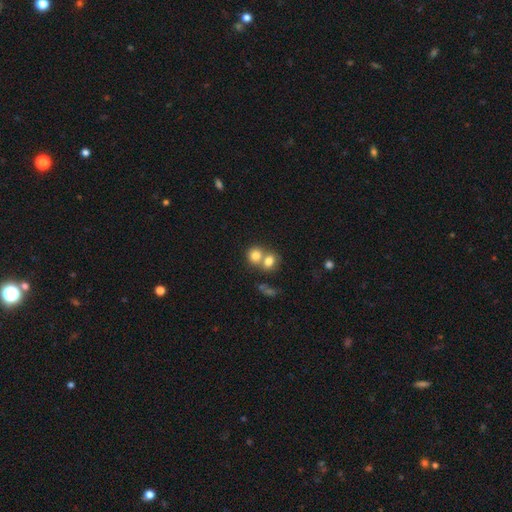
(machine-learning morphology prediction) smooth-or-featured: smooth: 78% | featured or disk: 12% | star or artifact: 10%
  how-rounded: round: 74% | in between: 25% | cigar-shaped: 1%
  merging: merger: 56% | none: 34% | minor disturbance: 7% | major disturbance: 3%